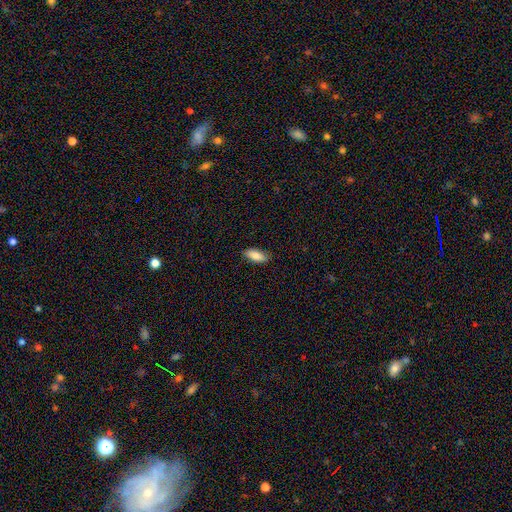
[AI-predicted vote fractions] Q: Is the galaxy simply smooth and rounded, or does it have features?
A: smooth — 85%.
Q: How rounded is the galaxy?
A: in between — 79%.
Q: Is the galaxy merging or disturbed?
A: none — 85%.